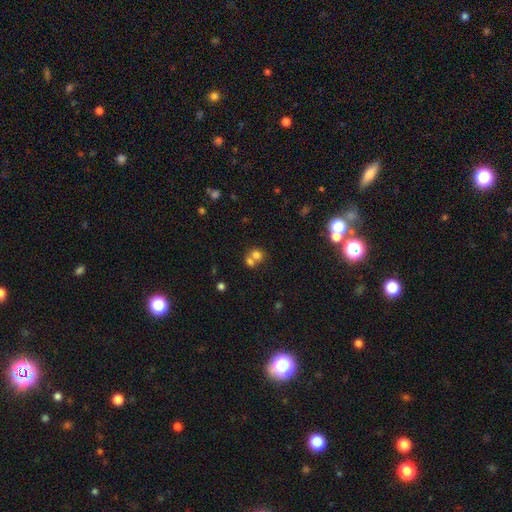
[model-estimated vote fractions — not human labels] Smooth or featured: smooth — 71% (featured or disk — 15%)
How rounded: round — 69% (in between — 30%)
Merging: merger — 59% (none — 32%)